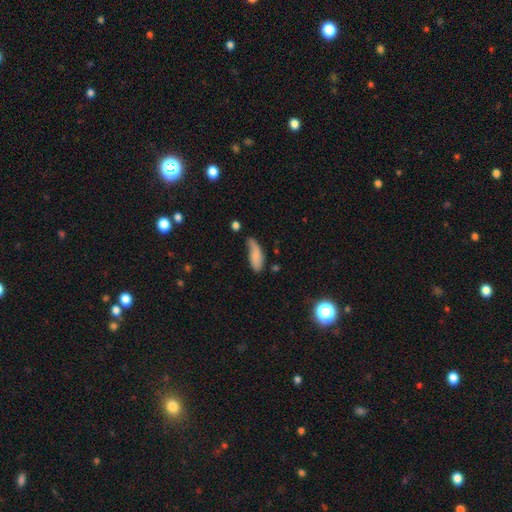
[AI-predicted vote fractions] Smooth or featured?
  - smooth: 74% *
  - featured or disk: 19%
  - star or artifact: 8%
How rounded?
  - in between: 73% *
  - cigar-shaped: 25%
  - round: 3%
Merging?
  - minor disturbance: 39% *
  - none: 37%
  - major disturbance: 18%
  - merger: 6%